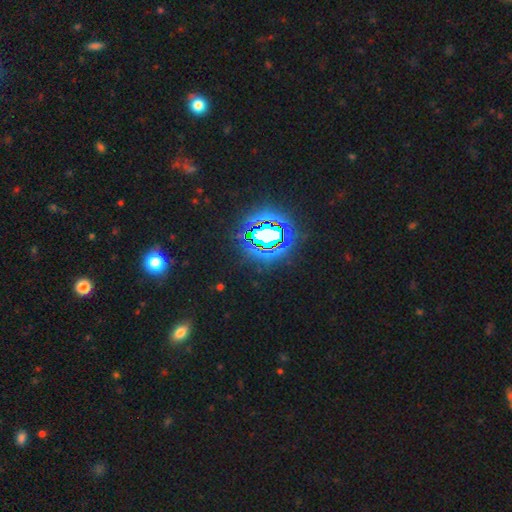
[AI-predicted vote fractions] Smooth or featured? Predicted: star or artifact (p=0.81).